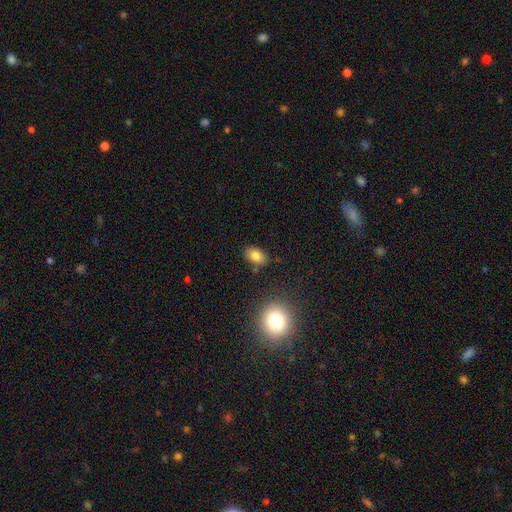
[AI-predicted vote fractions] This is likely a smooth galaxy (80%). How rounded: clearly in between (82%). Merging: clearly none (81%).